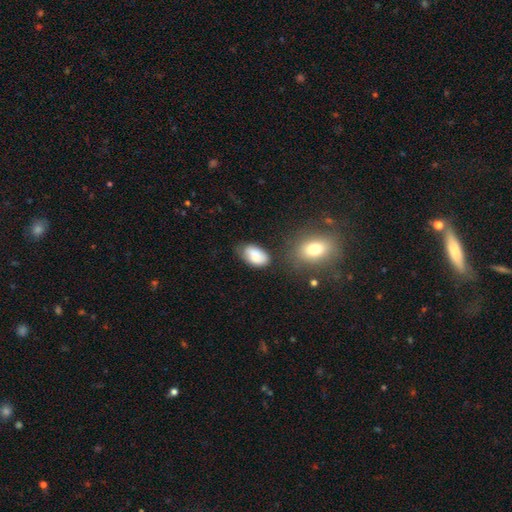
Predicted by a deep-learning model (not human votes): smooth-or-featured: smooth: 82% | featured or disk: 10% | star or artifact: 7%
  how-rounded: in between: 93% | round: 6% | cigar-shaped: 1%
  merging: none: 58% | minor disturbance: 28% | major disturbance: 8% | merger: 7%